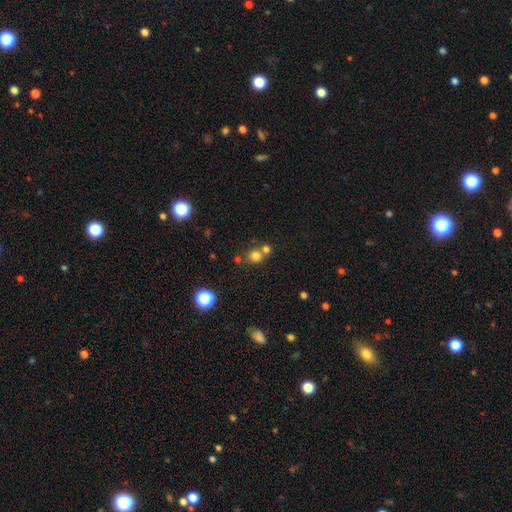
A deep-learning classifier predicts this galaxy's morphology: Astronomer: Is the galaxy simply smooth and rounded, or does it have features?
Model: smooth — 75%.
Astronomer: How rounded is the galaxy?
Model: round — 86%.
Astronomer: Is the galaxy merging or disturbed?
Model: none — 54% (runner-up: merger, 36%).